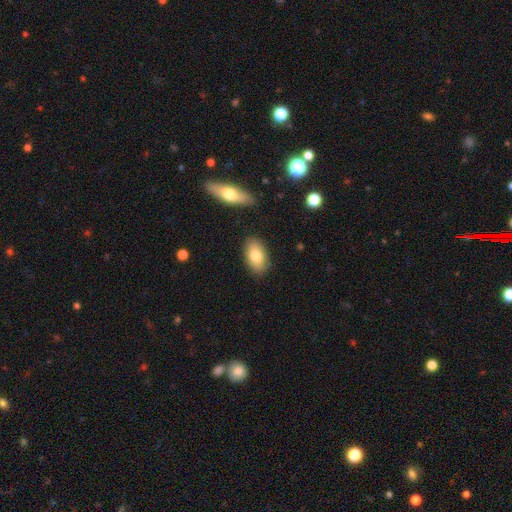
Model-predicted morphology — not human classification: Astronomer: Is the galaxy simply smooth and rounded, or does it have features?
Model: smooth — 80%.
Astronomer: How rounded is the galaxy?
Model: in between — 92%.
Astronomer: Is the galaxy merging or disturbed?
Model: none — 85%.